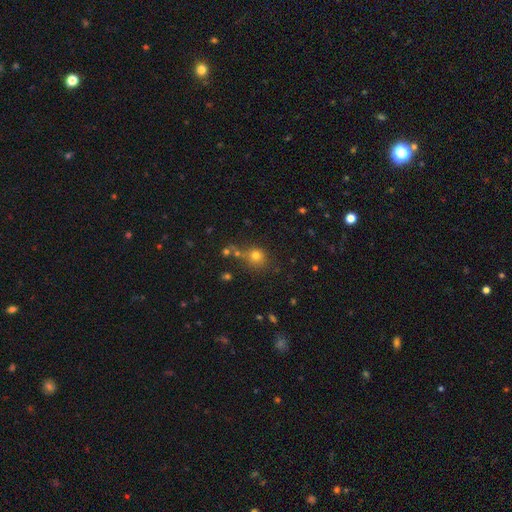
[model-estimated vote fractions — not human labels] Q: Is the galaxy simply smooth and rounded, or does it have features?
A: smooth — 74%.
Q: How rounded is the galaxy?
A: round — 85%.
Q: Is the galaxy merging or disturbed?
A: none — 66%.